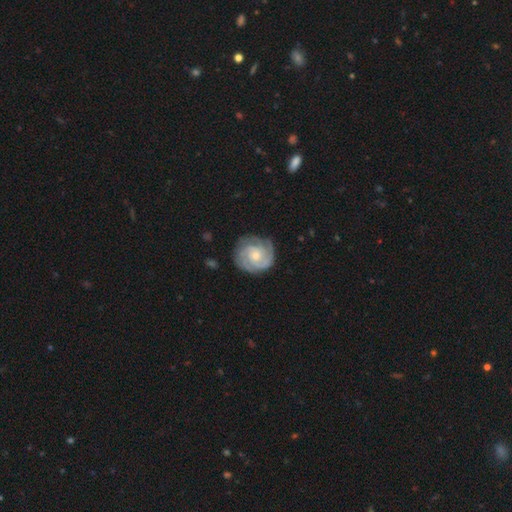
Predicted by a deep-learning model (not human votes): smooth-or-featured: featured or disk: 85% | smooth: 10% | star or artifact: 5%
  disk-edge-on: no: 98% | yes: 2%
    bar: no: 72% | weak: 24% | strong: 4%
    has-spiral-arms: yes: 97% | no: 3%
      spiral-winding: tight: 73% | medium: 23% | loose: 4%
      spiral-arm-count: 3: 39% | 2: 21% | can't tell: 17% | 4: 11% | more than 4: 5% | 1: 5%
    bulge-size: small: 49% | moderate: 44% | large: 3% | none: 2% | dominant: 1%
  merging: none: 80% | minor disturbance: 15% | major disturbance: 4% | merger: 1%